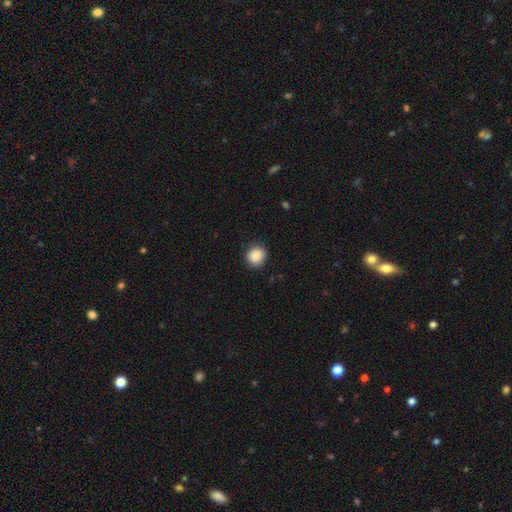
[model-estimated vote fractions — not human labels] Smooth or featured? smooth (88%)
How rounded? round (82%)
Merging? none (85%)